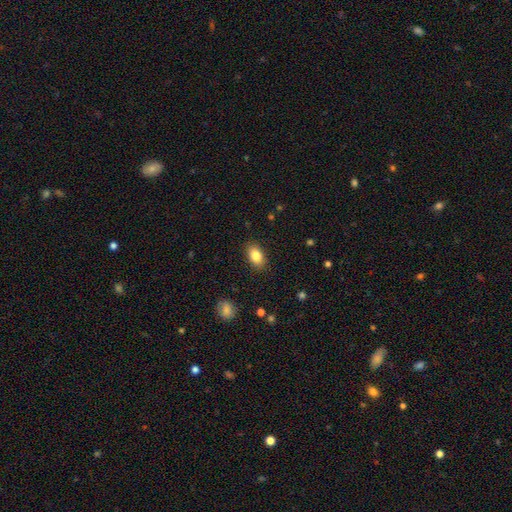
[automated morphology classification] type=smooth (85%); roundness=in between (89%); merging=none (88%).